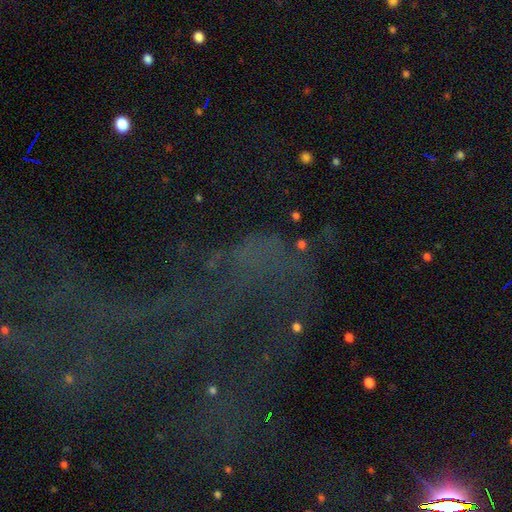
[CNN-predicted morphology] type=star or artifact (63%).